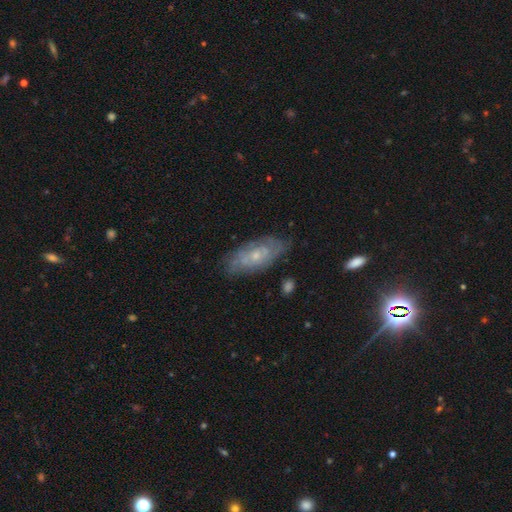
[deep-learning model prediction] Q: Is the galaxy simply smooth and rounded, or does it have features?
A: featured or disk — 65%.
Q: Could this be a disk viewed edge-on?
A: no — 90%.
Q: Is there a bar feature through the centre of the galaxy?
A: no — 78%.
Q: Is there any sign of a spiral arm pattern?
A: yes — 71%.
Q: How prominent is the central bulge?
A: small — 66%.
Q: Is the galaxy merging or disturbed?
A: none — 73%.